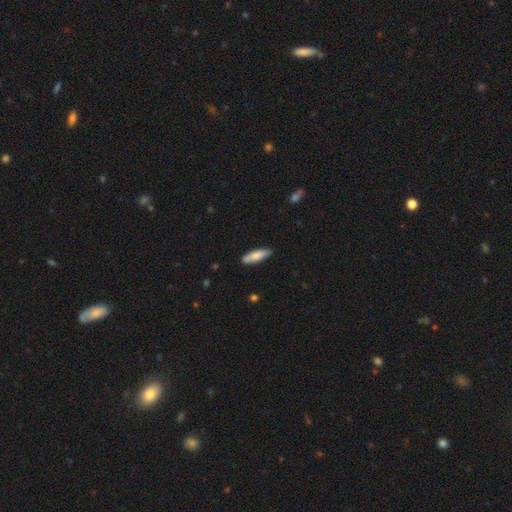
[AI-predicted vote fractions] smooth_or_featured: smooth (p=0.77) [alt: featured or disk p=0.17]
how_rounded: cigar-shaped (p=0.60) [alt: in between p=0.38]
merging: none (p=0.84) [alt: minor disturbance p=0.13]